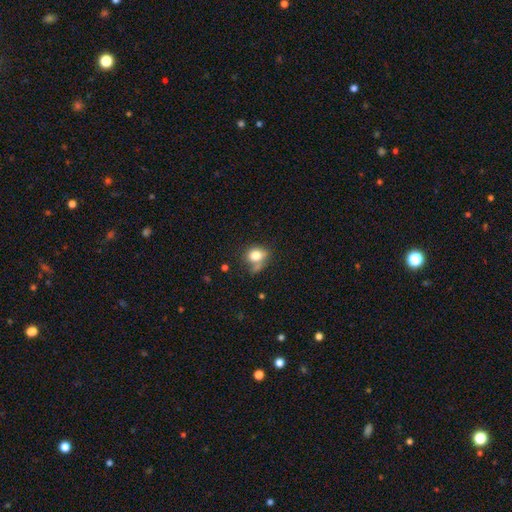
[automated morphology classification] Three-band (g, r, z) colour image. It shows a smooth galaxy with no disk features (77%) that is in between round and cigar-shaped (49%, tied with round). Merging: none (44%).